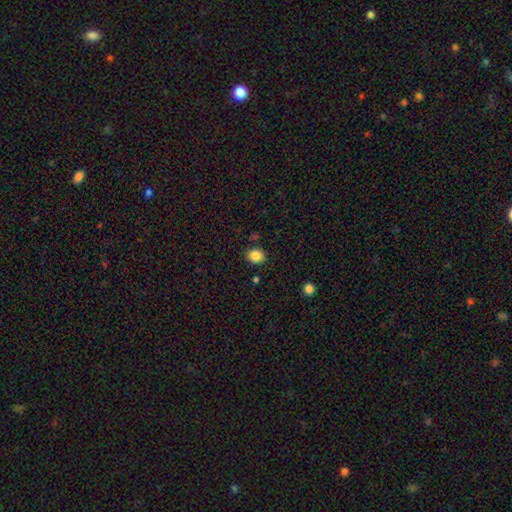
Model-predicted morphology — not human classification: Q: Smooth or featured?
A: smooth (85%); runner-up: star or artifact (10%)
Q: How rounded?
A: round (76%); runner-up: in between (23%)
Q: Merging?
A: none (87%); runner-up: minor disturbance (8%)